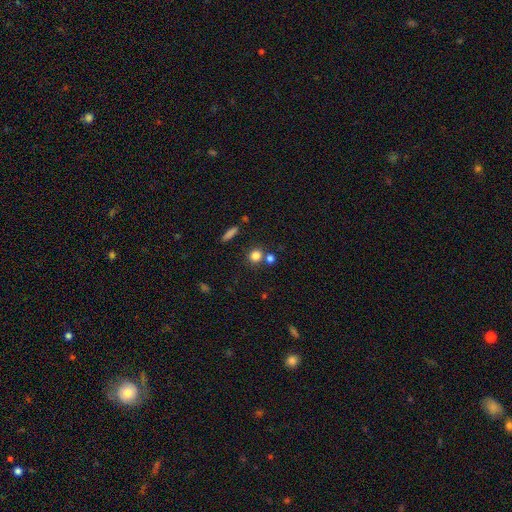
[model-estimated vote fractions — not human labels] Smooth or featured: smooth — 80% (star or artifact — 13%)
How rounded: round — 86% (in between — 12%)
Merging: none — 68% (merger — 21%)